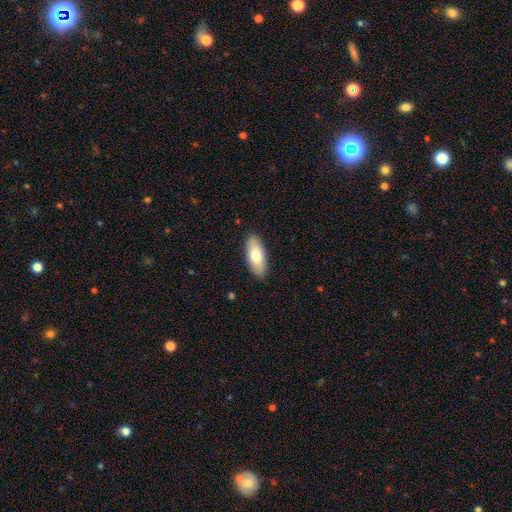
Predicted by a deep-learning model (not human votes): Smooth or featured? smooth (76%)
How rounded? in between (80%)
Merging? none (88%)